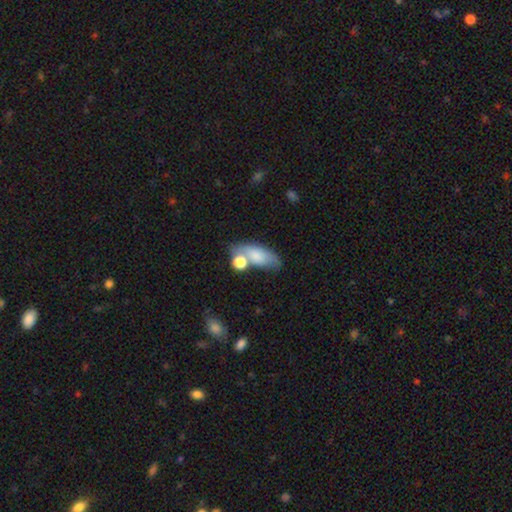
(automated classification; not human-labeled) Morphology: type=smooth (73%); roundness=in between (80%); merging=none (45%).